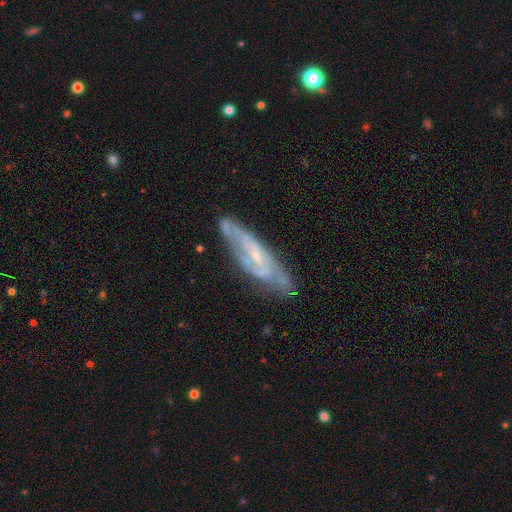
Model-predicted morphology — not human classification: This is likely a featured or disk galaxy (79%). It is likely not viewed edge-on (75%). Bar: possibly no (48%). Spiral arm pattern: clearly yes (85%). Spiral arm count: marginally can't tell (41%). Spiral winding: possibly tight (48%). Central bulge: likely small (70%). Merging: likely none (70%).